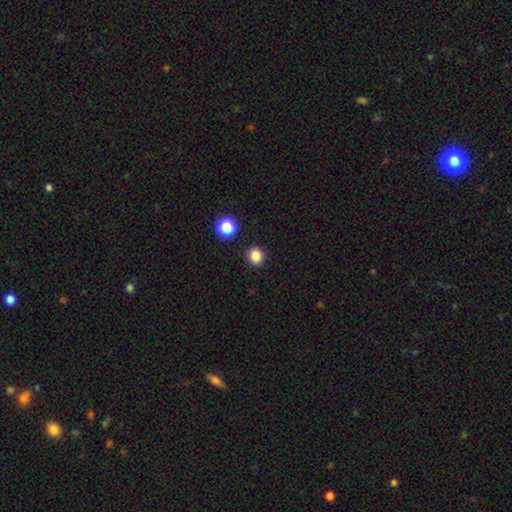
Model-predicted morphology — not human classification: A smooth galaxy with no disk features (84%) that is round (88%).

Vote fractions:
- Smooth or featured? smooth: 84% / star or artifact: 12% / featured or disk: 3%
- How rounded? round: 88% / in between: 11% / cigar-shaped: 1%
- Merging? none: 91% / minor disturbance: 5% / major disturbance: 2% / merger: 2%